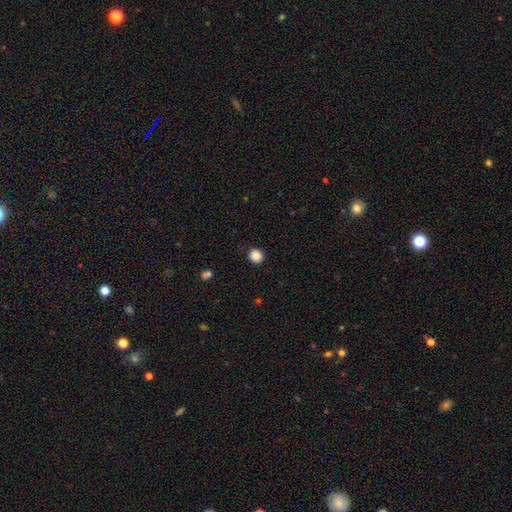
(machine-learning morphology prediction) smooth-or-featured: smooth: 88% | star or artifact: 10% | featured or disk: 2%
  how-rounded: round: 89% | in between: 10% | cigar-shaped: 1%
  merging: none: 91% | minor disturbance: 6% | major disturbance: 2% | merger: 1%